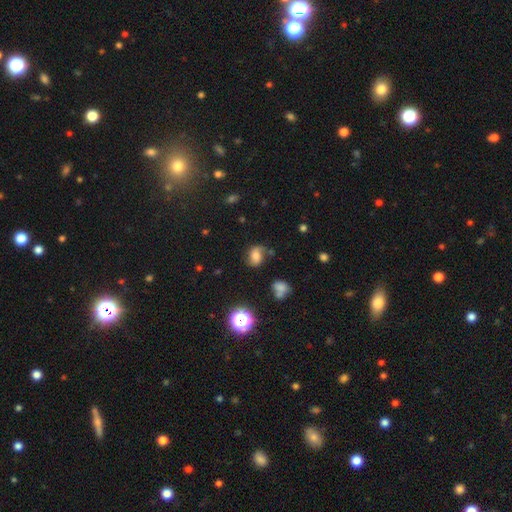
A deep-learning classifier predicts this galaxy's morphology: The model was most divided on "smooth or featured": smooth: 50%, featured or disk: 34%, star or artifact: 16%. More confident: how rounded — in between (59%); merging — none (59%).